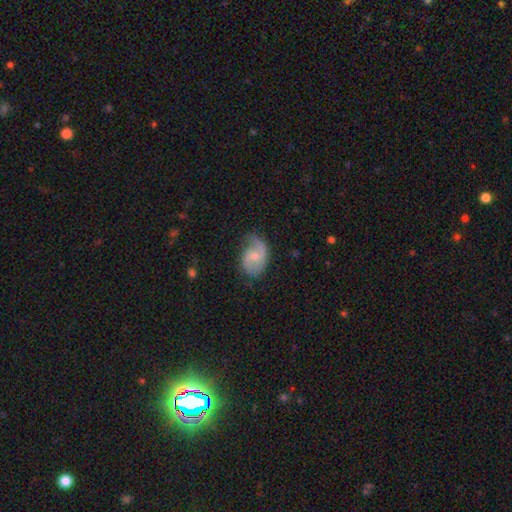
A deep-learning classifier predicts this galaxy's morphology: A featured or disk galaxy (73%) with no bar (50%), 2 (76%) loose (44%) spiral arms (92%) and a small central bulge (53%).

Vote fractions:
- Smooth or featured? featured or disk: 73% / smooth: 21% / star or artifact: 6%
- Edge-on disk? no: 98% / yes: 2%
- Bar? no: 50% / weak: 43% / strong: 8%
- Spiral arms? yes: 92% / no: 8%
- Spiral winding? loose: 44% / medium: 42% / tight: 15%
- Spiral arm count? 2: 76% / 1: 15% / can't tell: 6% / 3: 1% / 4: 1% / more than 4: 1%
- Bulge size? small: 53% / moderate: 40% / none: 4% / large: 2% / dominant: 1%
- Merging? none: 58% / minor disturbance: 27% / major disturbance: 13% / merger: 2%